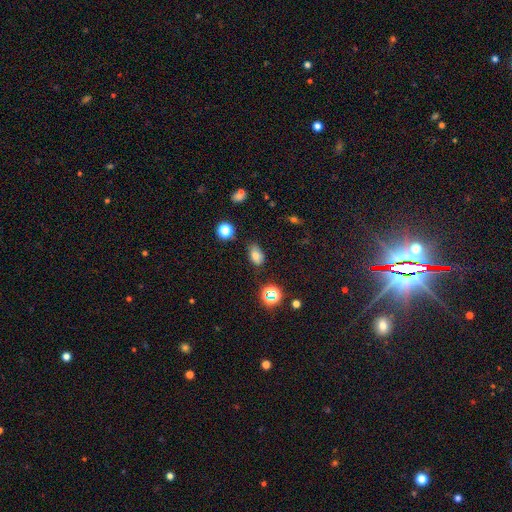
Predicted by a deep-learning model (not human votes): Smooth or featured? Predicted: smooth (p=0.70). How rounded? Predicted: in between (p=0.85). Merging? Predicted: none (p=0.71).